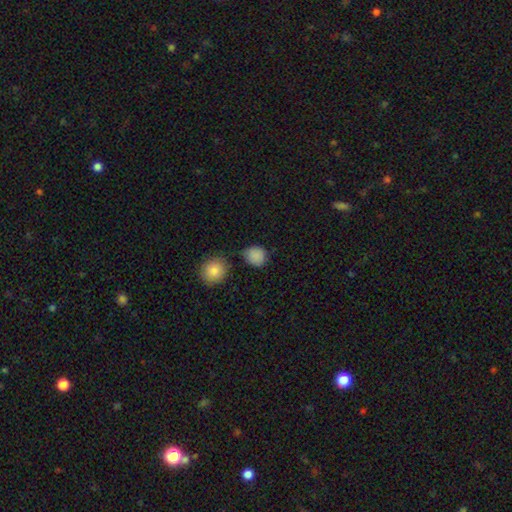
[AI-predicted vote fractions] Q: Smooth or featured?
A: smooth (86%); runner-up: star or artifact (10%)
Q: How rounded?
A: round (81%); runner-up: in between (18%)
Q: Merging?
A: none (69%); runner-up: minor disturbance (18%)